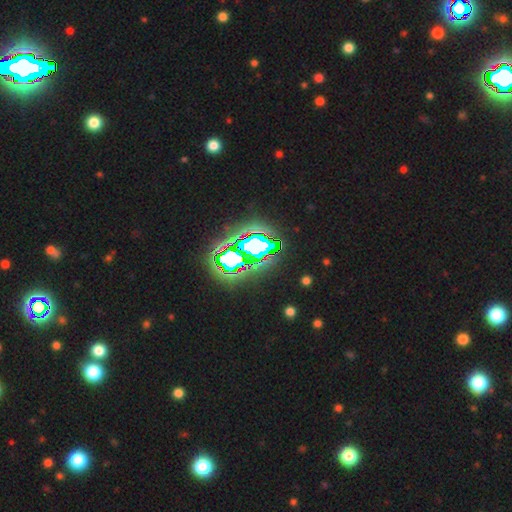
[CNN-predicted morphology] This is likely a star or artifact rather than a galaxy (76%).